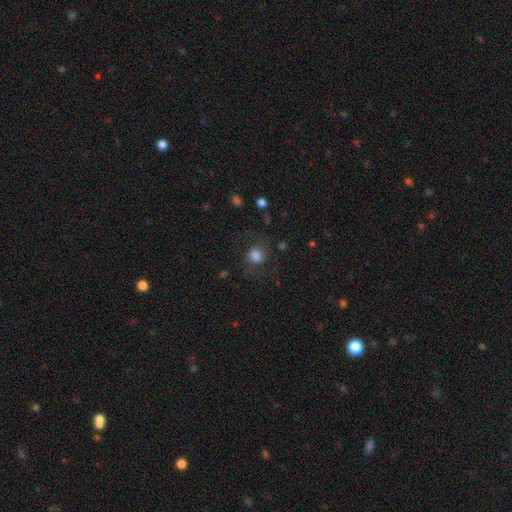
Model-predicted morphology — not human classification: The model was most divided on "how rounded": round: 71%, in between: 28%, cigar-shaped: 1%. More confident: smooth or featured — smooth (70%); merging — none (66%).